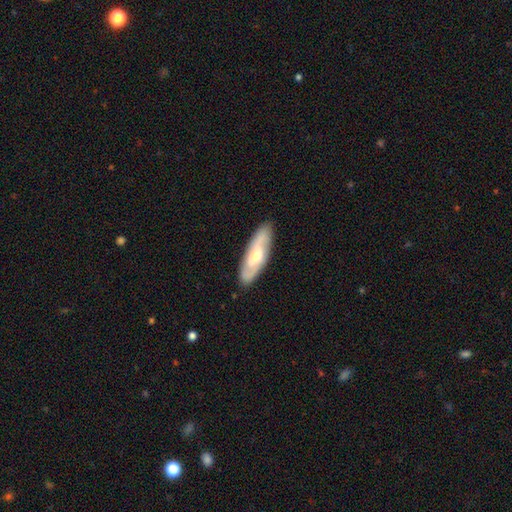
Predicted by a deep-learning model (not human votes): Smooth or featured? Predicted: featured or disk (p=0.56). Edge-on disk? Predicted: no (p=0.73). Merging? Predicted: none (p=0.86).